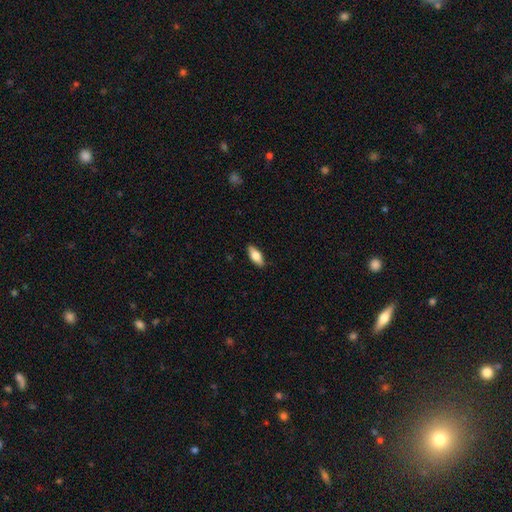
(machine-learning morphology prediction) smooth-or-featured: smooth: 72% | featured or disk: 22% | star or artifact: 6%
  how-rounded: in between: 81% | cigar-shaped: 16% | round: 2%
  merging: none: 88% | minor disturbance: 9% | major disturbance: 2% | merger: 1%